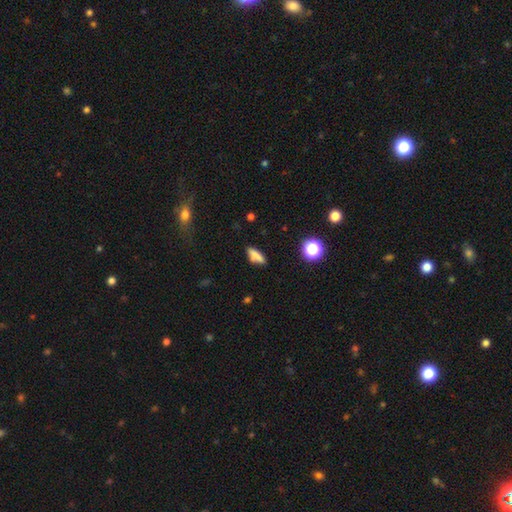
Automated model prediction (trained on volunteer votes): Smooth or featured: smooth — 76% (featured or disk — 13%)
How rounded: cigar-shaped — 51% (in between — 45%)
Merging: none — 75% (minor disturbance — 16%)